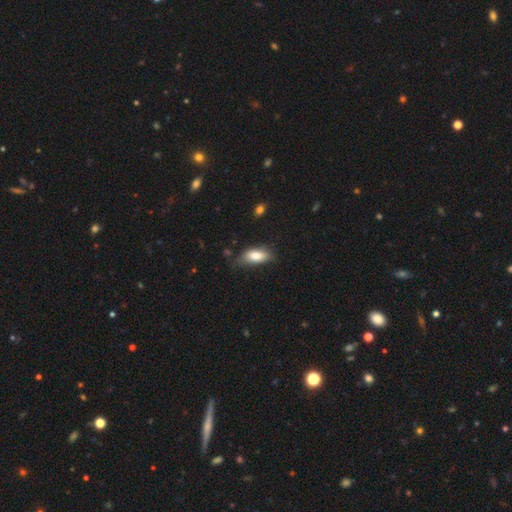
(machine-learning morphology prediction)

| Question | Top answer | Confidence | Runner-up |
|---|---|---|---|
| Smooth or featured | smooth | 82% | featured or disk (11%) |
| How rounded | in between | 86% | cigar-shaped (11%) |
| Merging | none | 60% | minor disturbance (31%) |